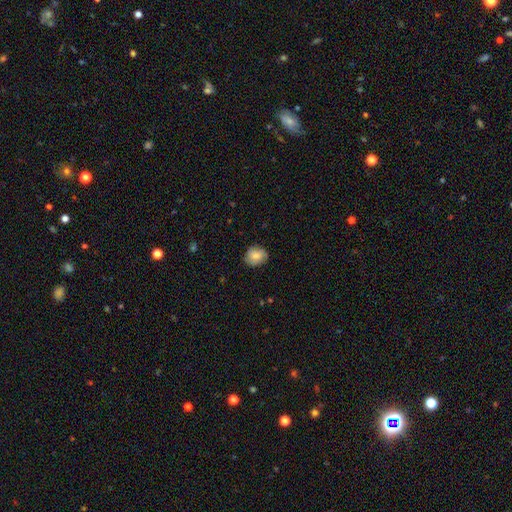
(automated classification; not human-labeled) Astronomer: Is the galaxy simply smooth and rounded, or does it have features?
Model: smooth — 76%.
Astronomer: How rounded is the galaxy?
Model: round — 67%.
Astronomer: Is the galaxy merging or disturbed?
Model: none — 80%.